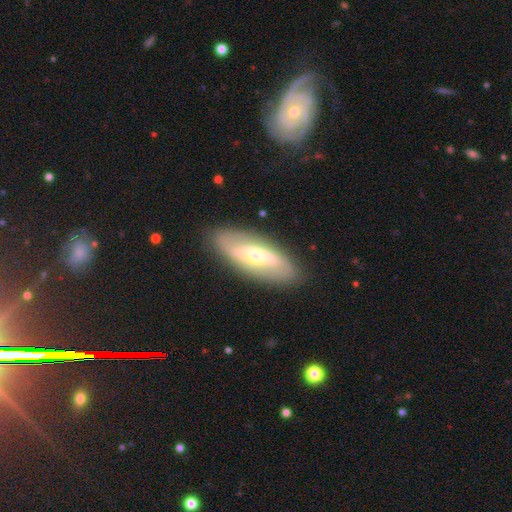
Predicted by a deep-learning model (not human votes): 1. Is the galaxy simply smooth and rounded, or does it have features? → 63% featured or disk, 31% smooth, 6% star or artifact.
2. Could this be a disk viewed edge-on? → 83% no, 17% yes.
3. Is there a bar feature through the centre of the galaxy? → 40% weak, 31% no, 29% strong.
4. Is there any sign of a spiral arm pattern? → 68% yes, 32% no.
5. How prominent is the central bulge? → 49% moderate, 44% small, 5% large, 1% none, 1% dominant.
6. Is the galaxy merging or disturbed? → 86% none, 10% minor disturbance, 3% major disturbance, 1% merger.